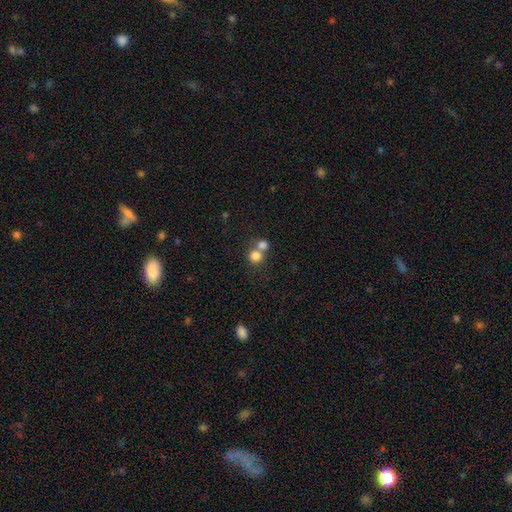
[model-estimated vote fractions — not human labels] smooth_or_featured: smooth (p=0.80) [alt: star or artifact p=0.12]
how_rounded: round (p=0.85) [alt: in between p=0.14]
merging: merger (p=0.48) [alt: none p=0.43]